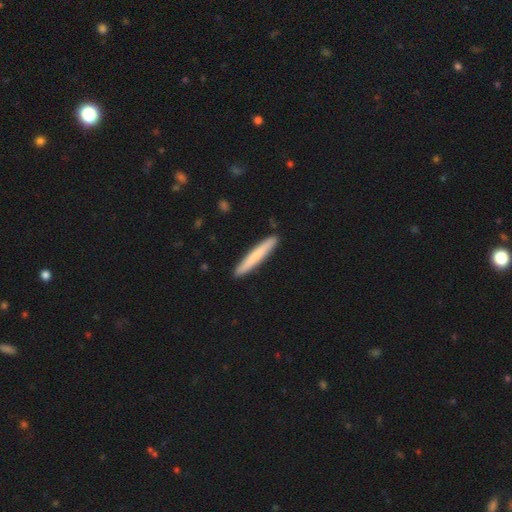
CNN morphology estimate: This appears to be a smooth galaxy with no disk features (74%) that is cigar-shaped (96%). Merging: none (91%).